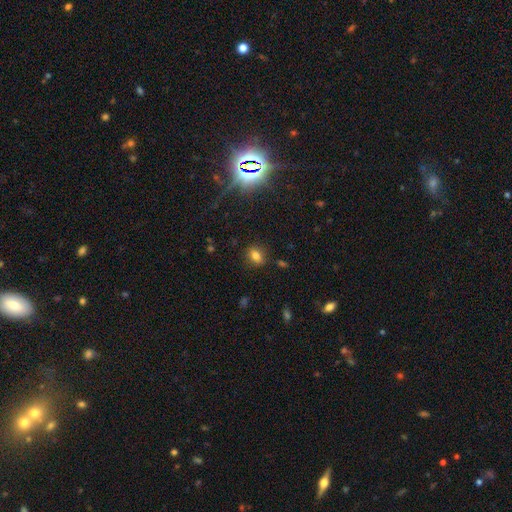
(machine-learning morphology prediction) The model was most divided on "how rounded": in between: 56%, round: 42%, cigar-shaped: 2%. More confident: merging — none (85%); smooth or featured — smooth (78%).